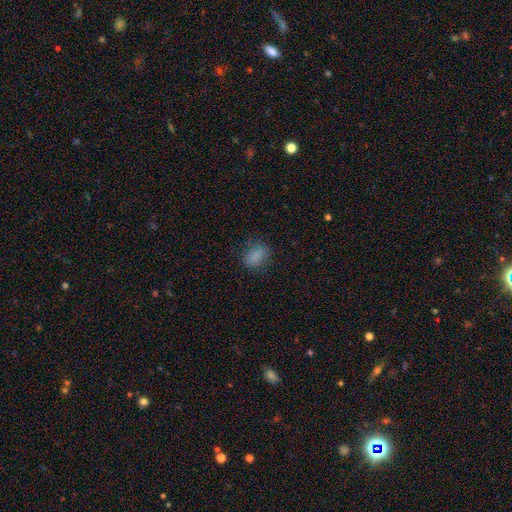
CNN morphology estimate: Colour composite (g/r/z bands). It shows a smooth galaxy with no disk features (82%) that is in between round and cigar-shaped (75%). Merging: none (78%).